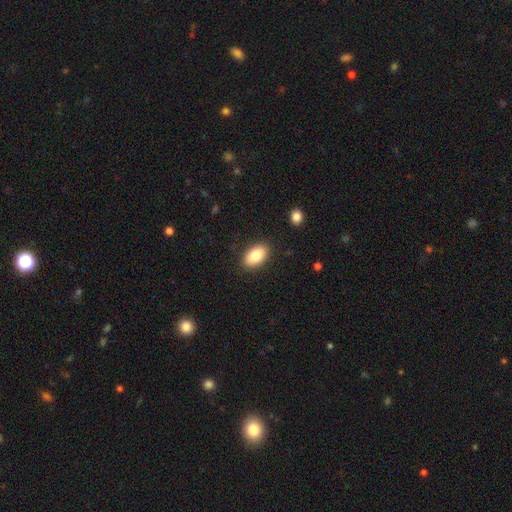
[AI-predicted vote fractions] Smooth or featured? Predicted: smooth (p=0.83). How rounded? Predicted: in between (p=0.92). Merging? Predicted: none (p=0.88).